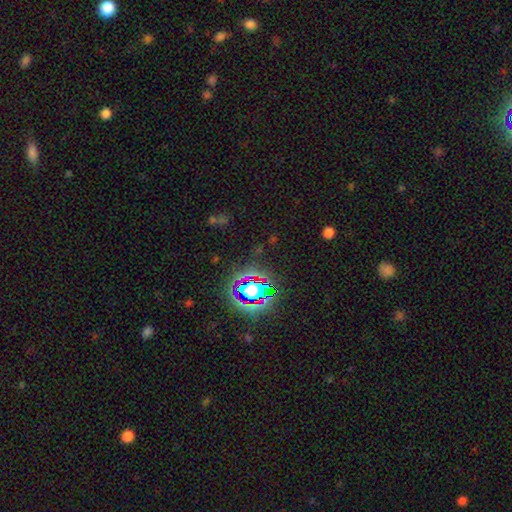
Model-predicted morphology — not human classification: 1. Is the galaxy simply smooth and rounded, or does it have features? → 77% star or artifact, 14% smooth, 9% featured or disk.